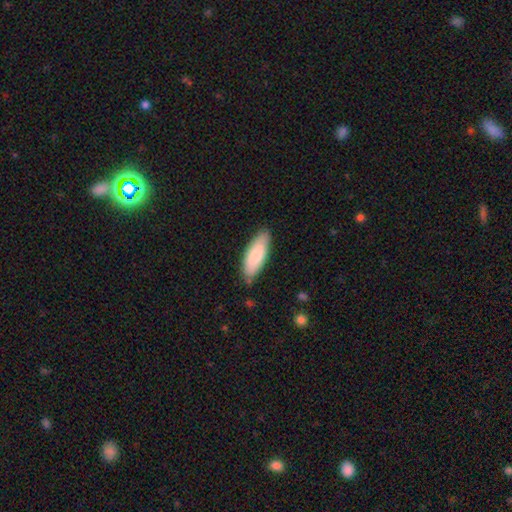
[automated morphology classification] Smooth or featured?
  - smooth: 82% *
  - featured or disk: 12%
  - star or artifact: 5%
How rounded?
  - in between: 71% *
  - cigar-shaped: 27%
  - round: 2%
Merging?
  - none: 81% *
  - minor disturbance: 15%
  - major disturbance: 2%
  - merger: 2%